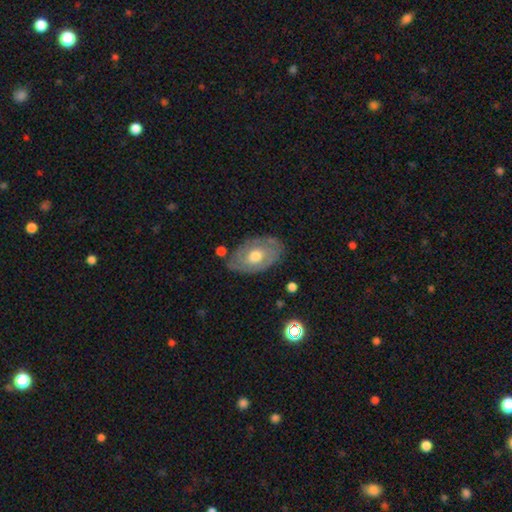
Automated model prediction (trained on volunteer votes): A featured or disk galaxy (61%) with no bar (79%), spiral arms (58%) and a moderate central bulge (73%).

Vote fractions:
- Smooth or featured? featured or disk: 61% / smooth: 33% / star or artifact: 6%
- Edge-on disk? no: 93% / yes: 7%
- Bar? no: 79% / weak: 17% / strong: 3%
- Spiral arms? yes: 58% / no: 42%
- Bulge size? moderate: 73% / small: 13% / large: 11% / none: 1% / dominant: 1%
- Merging? none: 71% / minor disturbance: 20% / major disturbance: 6% / merger: 3%